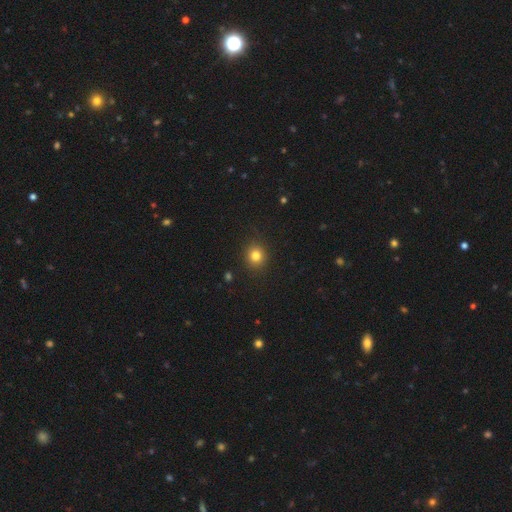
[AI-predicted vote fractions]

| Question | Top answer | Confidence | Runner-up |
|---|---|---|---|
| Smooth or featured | smooth | 81% | star or artifact (13%) |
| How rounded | round | 87% | in between (12%) |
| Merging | none | 90% | minor disturbance (7%) |